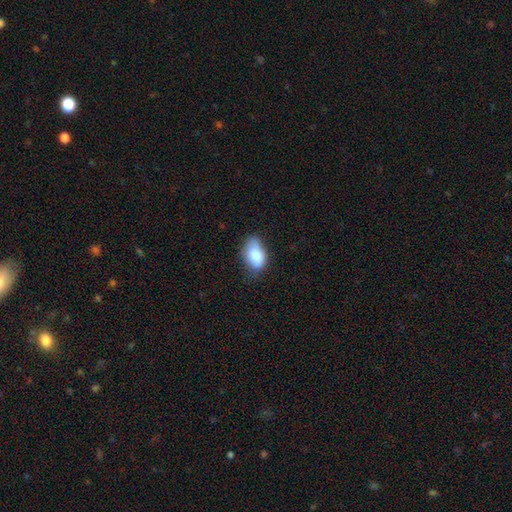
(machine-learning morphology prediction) A smooth galaxy with no disk features (84%) that is in between round and cigar-shaped (91%).

Vote fractions:
- Smooth or featured? smooth: 84% / featured or disk: 8% / star or artifact: 7%
- How rounded? in between: 91% / round: 7% / cigar-shaped: 2%
- Merging? none: 54% / minor disturbance: 36% / major disturbance: 8% / merger: 2%